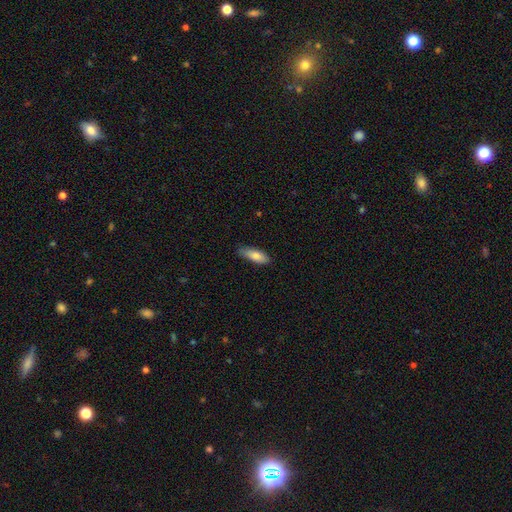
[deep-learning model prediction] Smooth or featured: smooth — 80% (featured or disk — 14%)
How rounded: in between — 62% (cigar-shaped — 36%)
Merging: none — 81% (minor disturbance — 15%)